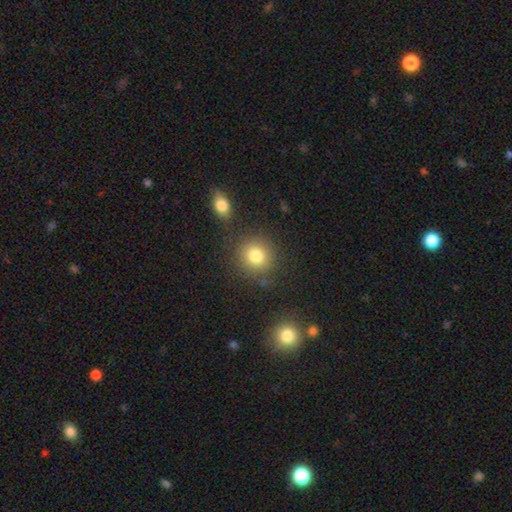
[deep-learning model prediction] A smooth galaxy with no disk features (81%) that is round (88%).

Vote fractions:
- Smooth or featured? smooth: 81% / star or artifact: 12% / featured or disk: 7%
- How rounded? round: 88% / in between: 11% / cigar-shaped: 1%
- Merging? none: 81% / minor disturbance: 9% / merger: 7% / major disturbance: 4%